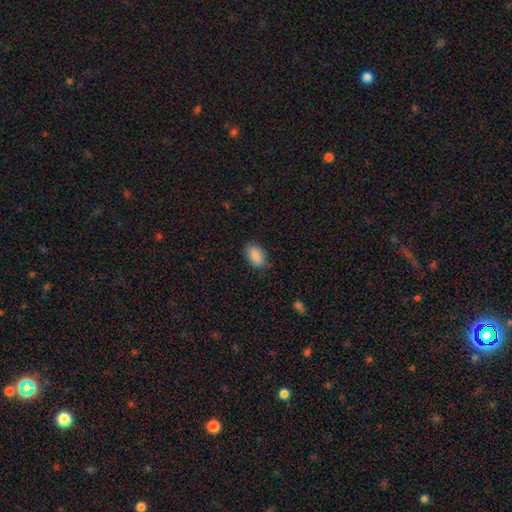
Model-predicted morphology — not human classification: The model was most divided on "merging": none: 81%, minor disturbance: 14%, major disturbance: 3%, merger: 1%. More confident: how rounded — in between (91%); smooth or featured — smooth (89%).